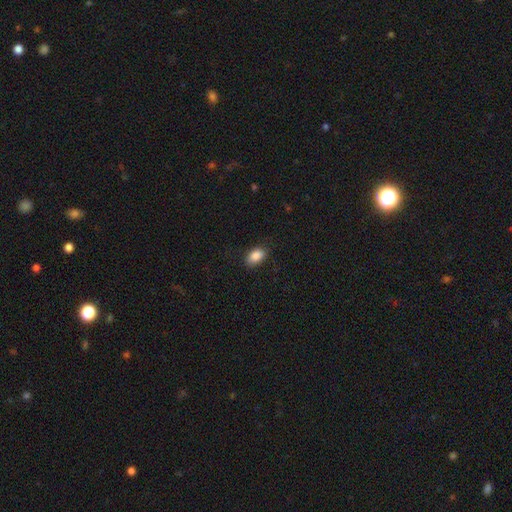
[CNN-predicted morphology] The model was most divided on "merging": none: 85%, minor disturbance: 12%, major disturbance: 3%, merger: 1%. More confident: how rounded — in between (89%); smooth or featured — smooth (88%).